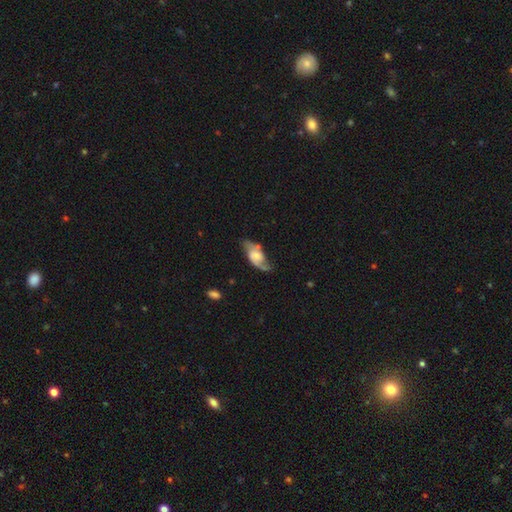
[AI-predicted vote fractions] featured or disk 75%, smooth 19%, star or artifact 6%. Down the decision tree: edge-on disk — no (94%); bar — no (47%); spiral arms — yes (93%); spiral arm count — 2 (82%); spiral winding — loose (43%); bulge size — small (32%, tied with moderate); merging — none (63%).